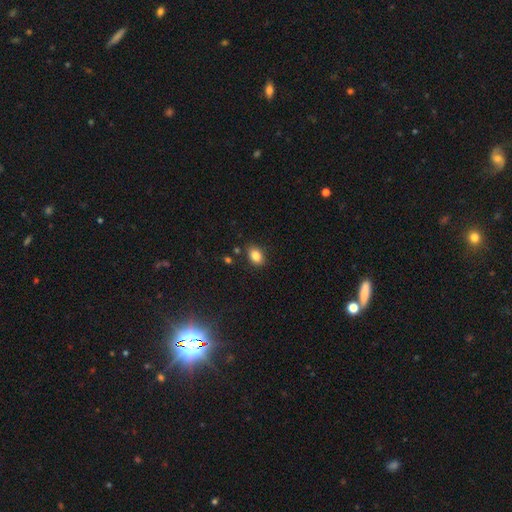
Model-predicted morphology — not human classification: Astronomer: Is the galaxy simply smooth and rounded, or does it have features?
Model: smooth — 83%.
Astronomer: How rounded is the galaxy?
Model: in between — 77%.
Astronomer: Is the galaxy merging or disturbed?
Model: none — 84%.